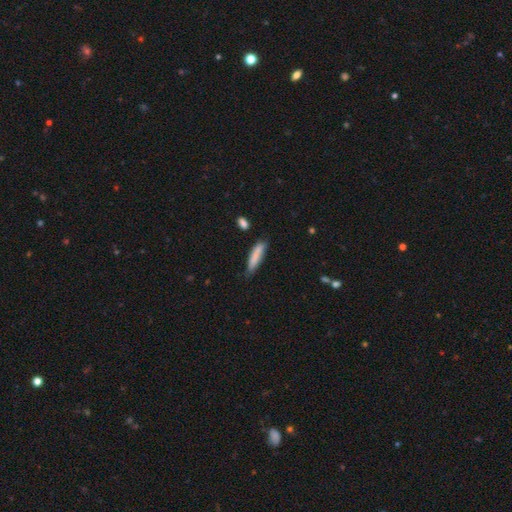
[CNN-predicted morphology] smooth_or_featured: smooth (p=0.82) [alt: featured or disk p=0.12]
how_rounded: cigar-shaped (p=0.75) [alt: in between p=0.23]
merging: none (p=0.63) [alt: minor disturbance p=0.27]